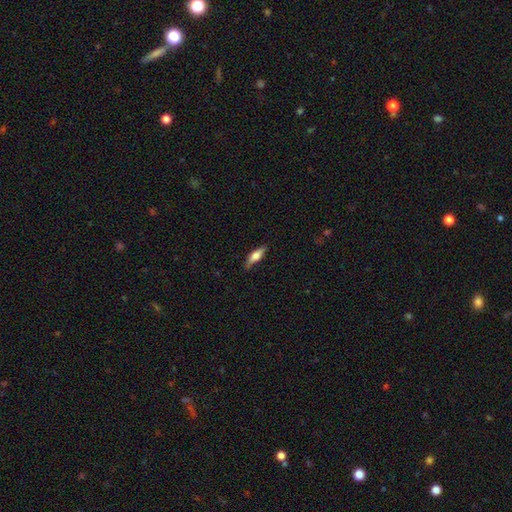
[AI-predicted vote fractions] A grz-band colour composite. It shows a smooth galaxy with no disk features (57%) that is cigar-shaped (53%). Merging: none (79%).